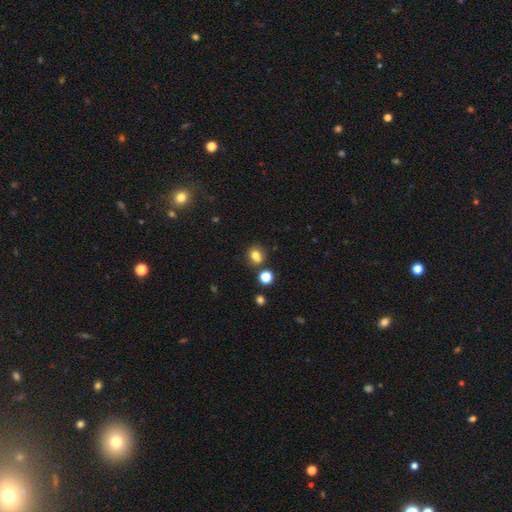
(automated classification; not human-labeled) Smooth or featured? smooth (78%)
How rounded? round (63%)
Merging? none (71%)